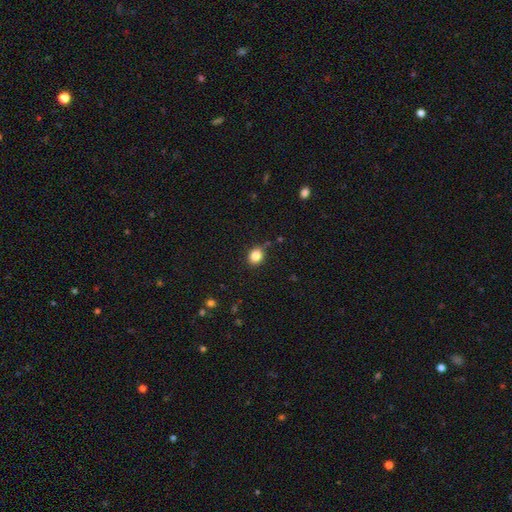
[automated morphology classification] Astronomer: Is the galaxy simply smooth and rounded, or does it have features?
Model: smooth — 84%.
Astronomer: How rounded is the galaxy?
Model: round — 69%.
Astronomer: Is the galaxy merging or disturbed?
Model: none — 83%.